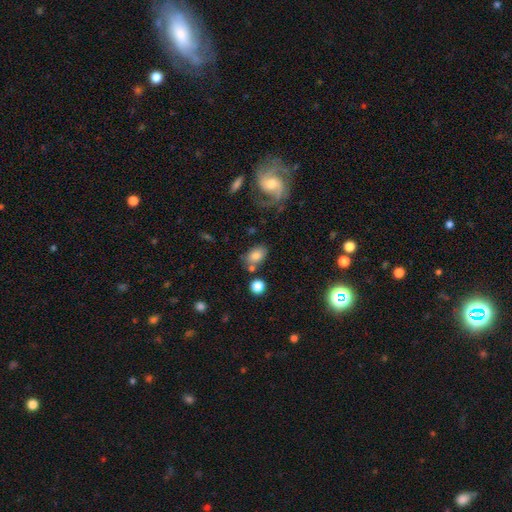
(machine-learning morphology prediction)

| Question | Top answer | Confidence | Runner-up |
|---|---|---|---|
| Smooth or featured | smooth | 76% | featured or disk (14%) |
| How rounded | in between | 79% | round (20%) |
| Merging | none | 68% | minor disturbance (15%) |